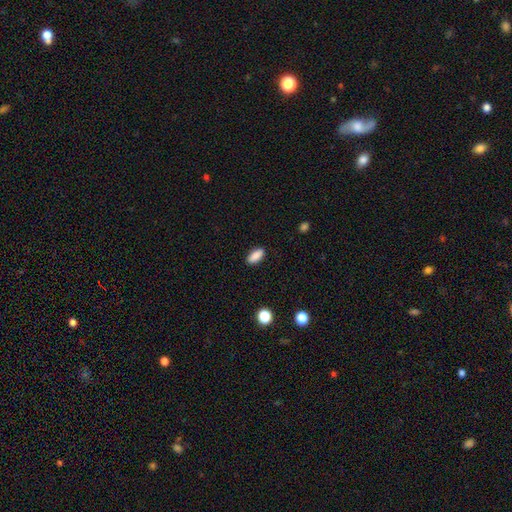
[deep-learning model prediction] A smooth galaxy with no disk features (87%) that is in between round and cigar-shaped (79%).

Vote fractions:
- Smooth or featured? smooth: 87% / star or artifact: 8% / featured or disk: 5%
- How rounded? in between: 79% / cigar-shaped: 18% / round: 3%
- Merging? none: 88% / minor disturbance: 9% / major disturbance: 2% / merger: 1%